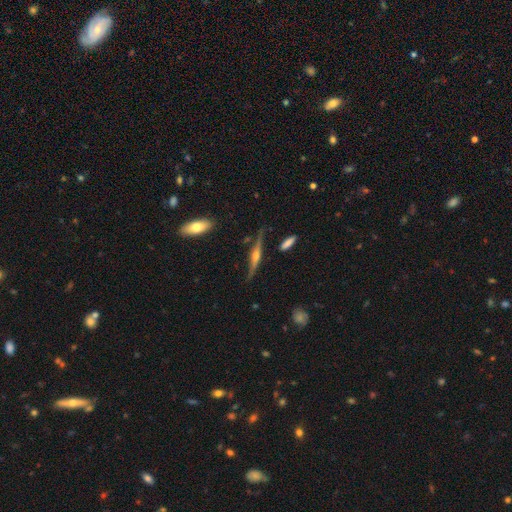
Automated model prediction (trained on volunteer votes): smooth-or-featured: featured or disk: 78% | smooth: 15% | star or artifact: 7%
  disk-edge-on: yes: 95% | no: 5%
    edge-on-bulge: rounded: 88% | boxy: 8% | none: 4%
  merging: none: 77% | minor disturbance: 17% | major disturbance: 4% | merger: 3%